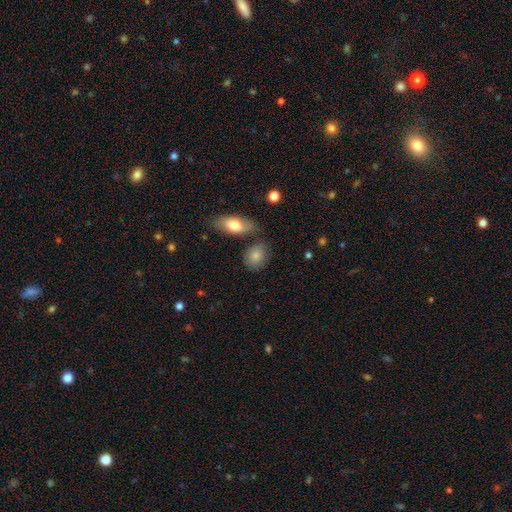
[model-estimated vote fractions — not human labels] Overall: smooth (83%). How rounded: in between (58%; round 40%). Merging: none (70%).